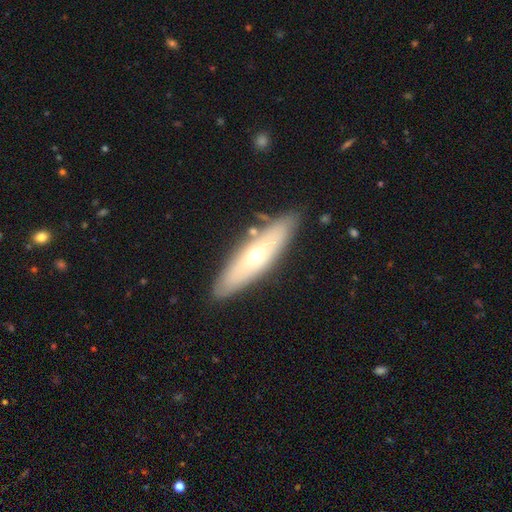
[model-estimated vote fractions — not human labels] This appears to be a featured or disk galaxy (47%). Merging: none (84%).